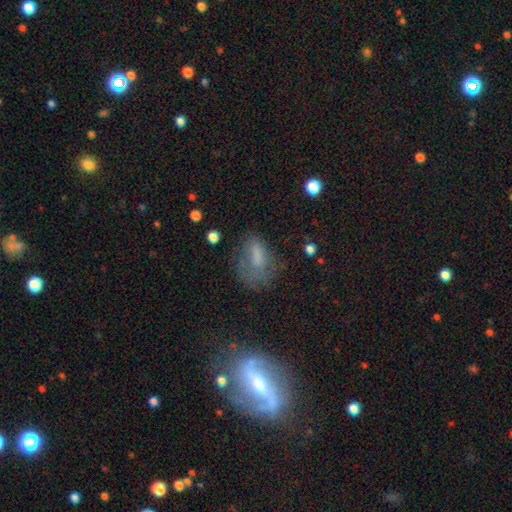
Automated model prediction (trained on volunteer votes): A smooth galaxy with no disk features (59%) that is in between round and cigar-shaped (83%).

Vote fractions:
- Smooth or featured? smooth: 59% / featured or disk: 25% / star or artifact: 16%
- How rounded? in between: 83% / round: 12% / cigar-shaped: 5%
- Merging? none: 40% / major disturbance: 30% / minor disturbance: 26% / merger: 4%